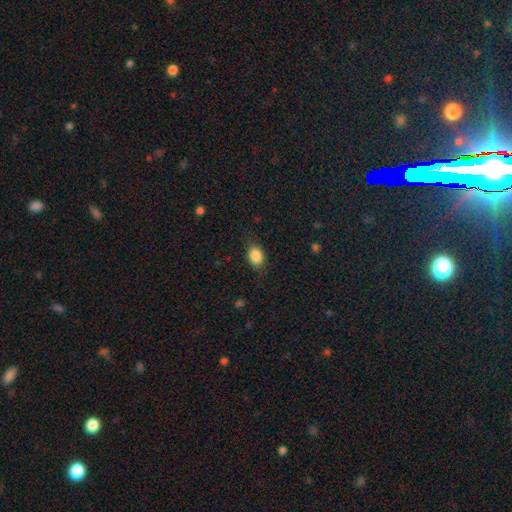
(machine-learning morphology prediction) Smooth or featured: smooth — 87% (star or artifact — 8%)
How rounded: in between — 75% (round — 23%)
Merging: none — 79% (minor disturbance — 16%)